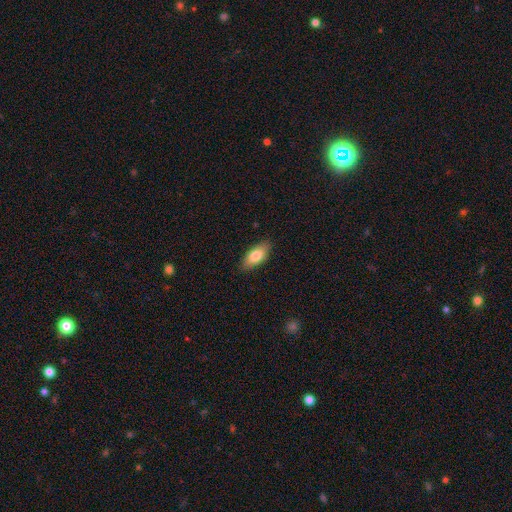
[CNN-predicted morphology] smooth 81%, featured or disk 13%, star or artifact 6%. Down the decision tree: how rounded — in between (87%); merging — none (87%).